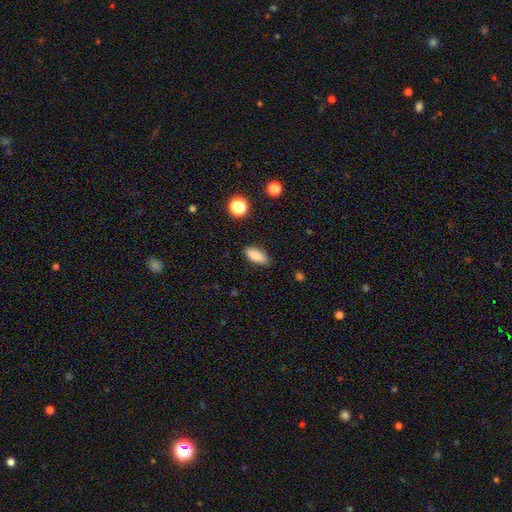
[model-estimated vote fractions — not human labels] A smooth galaxy with no disk features (85%) that is in between round and cigar-shaped (82%).

Vote fractions:
- Smooth or featured? smooth: 85% / star or artifact: 8% / featured or disk: 7%
- How rounded? in between: 82% / cigar-shaped: 15% / round: 3%
- Merging? none: 84% / minor disturbance: 12% / major disturbance: 2% / merger: 1%